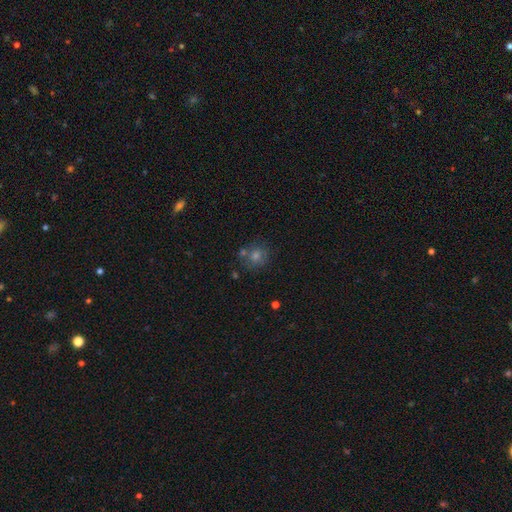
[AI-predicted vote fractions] Smooth or featured: smooth — 57% (star or artifact — 27%)
How rounded: round — 85% (in between — 14%)
Merging: none — 72% (merger — 12%)